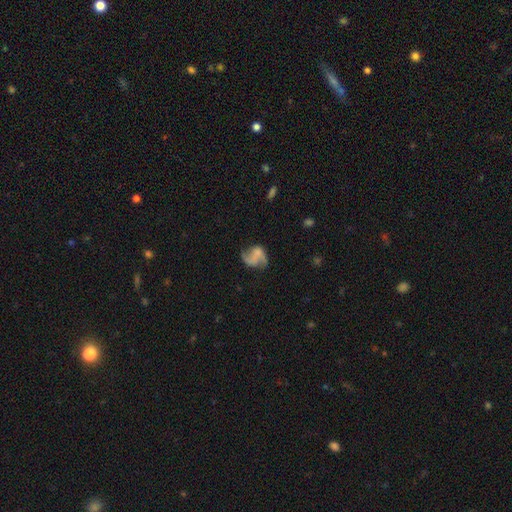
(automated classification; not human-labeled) This appears to be a featured or disk galaxy (69%) with no bar (61%), 2 (83%) loose (64%) spiral arms (86%) and no central bulge (67%). Merging: none (51%).